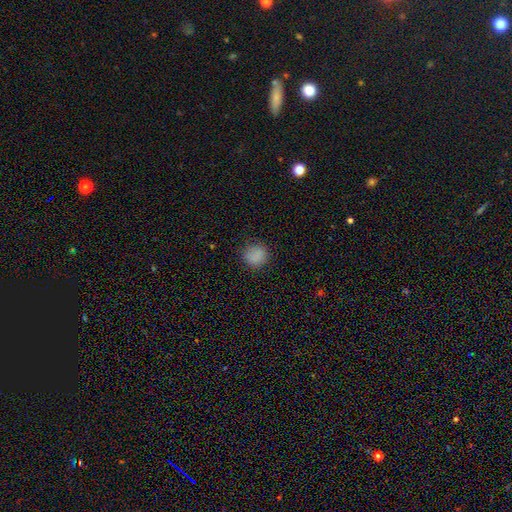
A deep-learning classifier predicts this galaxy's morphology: This is clearly a smooth galaxy (85%). How rounded: clearly round (84%). Merging: clearly none (83%).